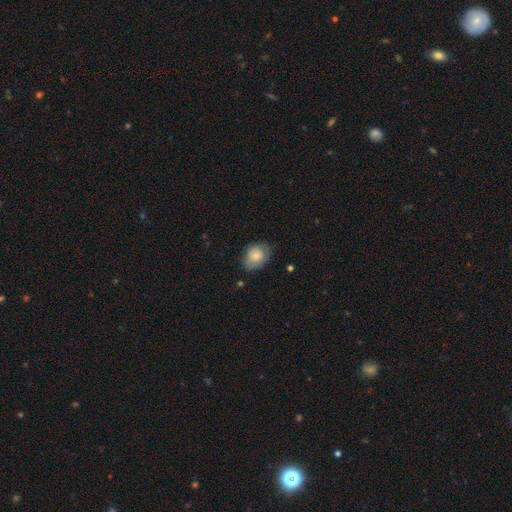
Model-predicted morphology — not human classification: Smooth or featured: smooth — 76% (featured or disk — 17%)
How rounded: in between — 69% (round — 30%)
Merging: none — 64% (minor disturbance — 28%)